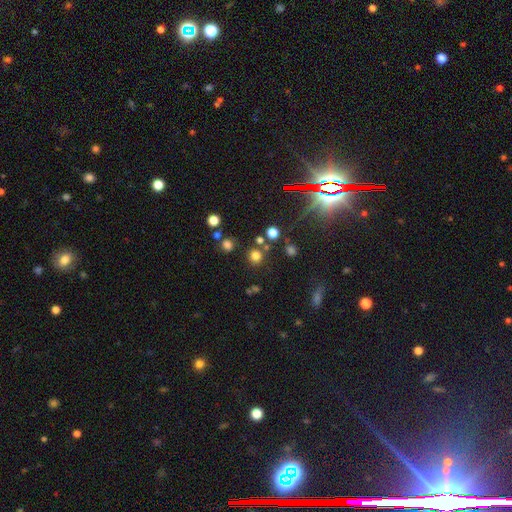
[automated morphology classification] smooth-or-featured: smooth: 73% | star or artifact: 21% | featured or disk: 6%
  how-rounded: round: 91% | in between: 8% | cigar-shaped: 1%
  merging: none: 80% | merger: 9% | minor disturbance: 8% | major disturbance: 3%